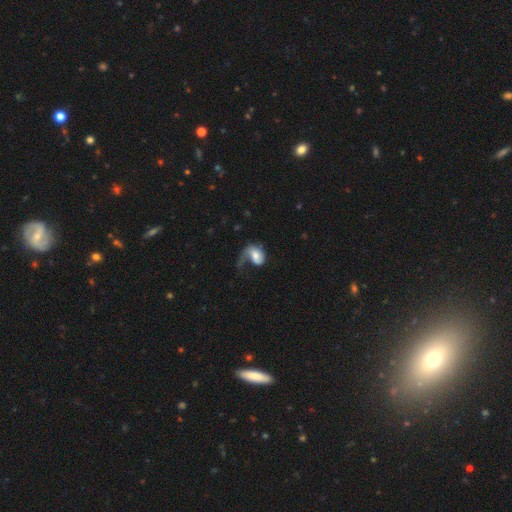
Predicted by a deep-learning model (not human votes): Smooth or featured? Predicted: featured or disk (p=0.50). Edge-on disk? Predicted: no (p=0.96). Merging? Predicted: major disturbance (p=0.52).